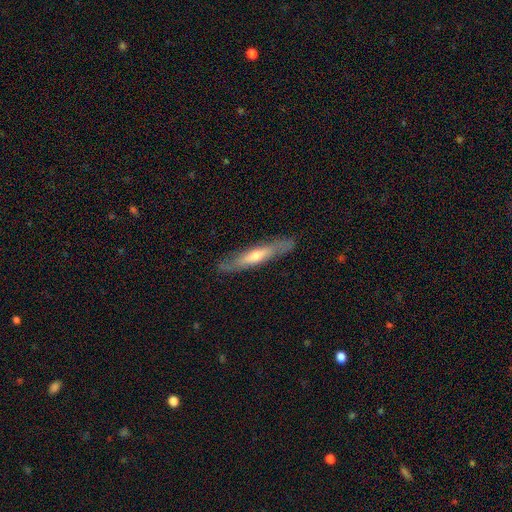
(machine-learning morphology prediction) This is likely a featured or disk galaxy (61%). It is likely viewed edge-on (76%). Merging: clearly none (85%).